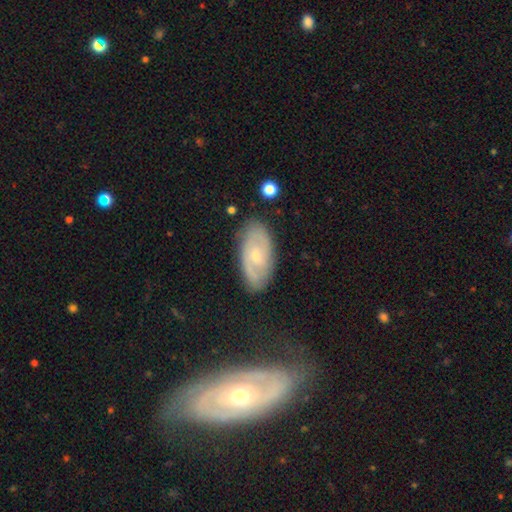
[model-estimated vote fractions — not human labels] This appears to be a featured or disk galaxy (69%) with no bar (52%), 2 (65%) tight (47%) spiral arms (87%) and a small central bulge (65%). Merging: none (81%).